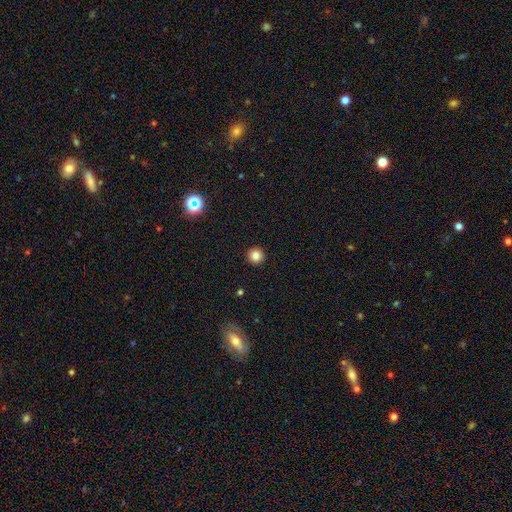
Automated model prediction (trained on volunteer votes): Overall: smooth (83%). How rounded: round (96%). Merging: none (94%).